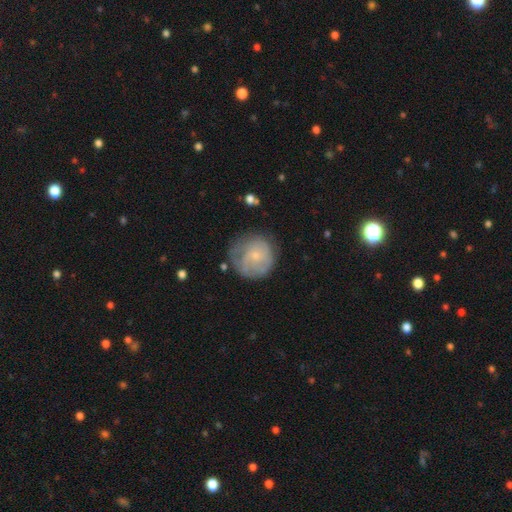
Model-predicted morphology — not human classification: featured or disk 47%, smooth 46%, star or artifact 7%. Down the decision tree: merging — none (57%).